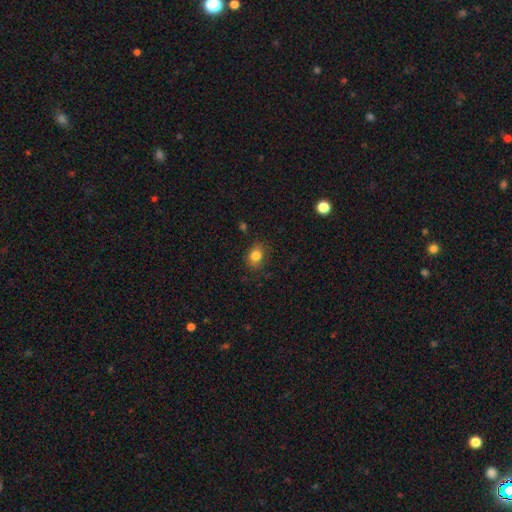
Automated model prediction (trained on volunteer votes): smooth 82%, star or artifact 11%, featured or disk 7%. Down the decision tree: how rounded — round (51%); merging — none (81%).